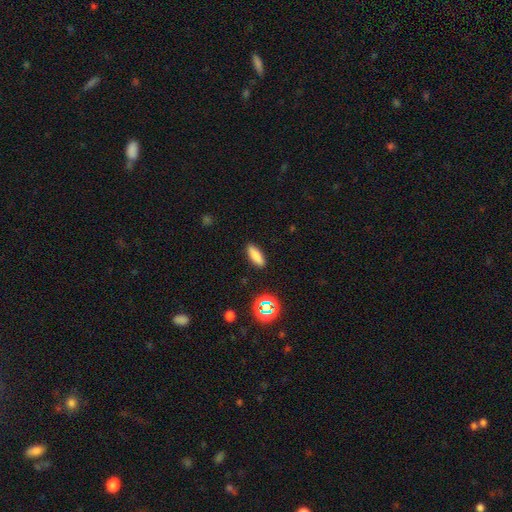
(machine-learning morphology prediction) type=smooth (80%); roundness=in between (58%); merging=none (88%).